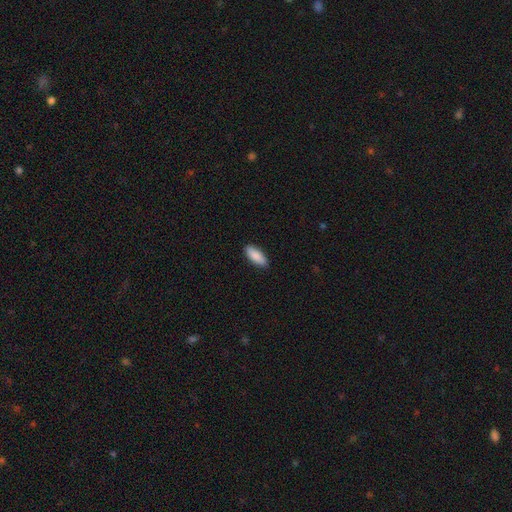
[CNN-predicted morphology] The model was most divided on "how rounded": in between: 75%, cigar-shaped: 24%, round: 2%. More confident: smooth or featured — smooth (90%); merging — none (89%).